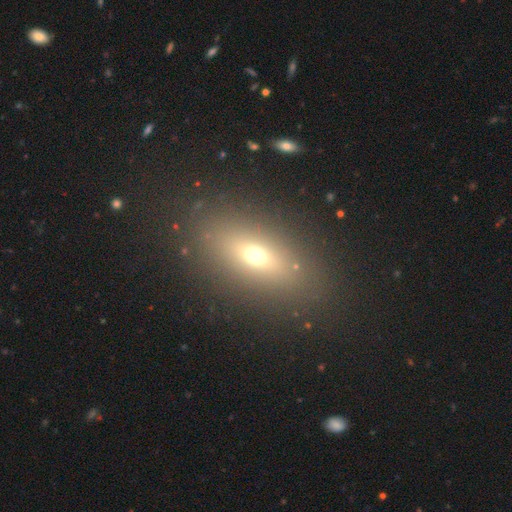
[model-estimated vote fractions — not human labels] Smooth or featured? Predicted: smooth (p=0.62). How rounded? Predicted: in between (p=0.73). Merging? Predicted: none (p=0.84).